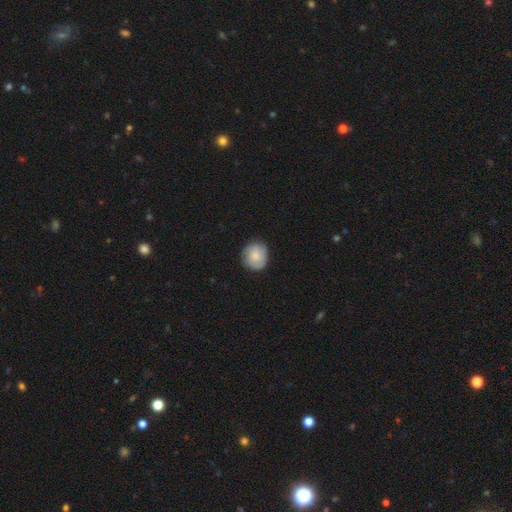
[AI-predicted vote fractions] Q: Smooth or featured?
A: smooth (69%); runner-up: featured or disk (24%)
Q: How rounded?
A: round (85%); runner-up: in between (14%)
Q: Merging?
A: none (81%); runner-up: minor disturbance (15%)